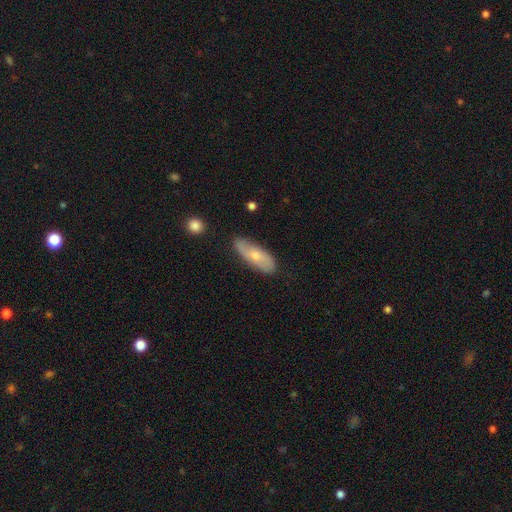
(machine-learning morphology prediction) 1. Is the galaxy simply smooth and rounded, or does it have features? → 57% smooth, 38% featured or disk, 6% star or artifact.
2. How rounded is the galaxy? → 72% in between, 26% cigar-shaped, 3% round.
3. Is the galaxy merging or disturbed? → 77% none, 18% minor disturbance, 3% major disturbance, 2% merger.